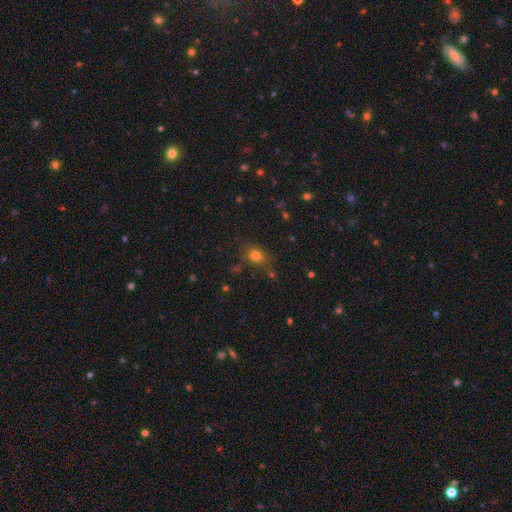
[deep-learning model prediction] smooth-or-featured: smooth: 75% | star or artifact: 17% | featured or disk: 8%
  how-rounded: round: 54% | in between: 45% | cigar-shaped: 1%
  merging: none: 76% | minor disturbance: 14% | major disturbance: 5% | merger: 4%